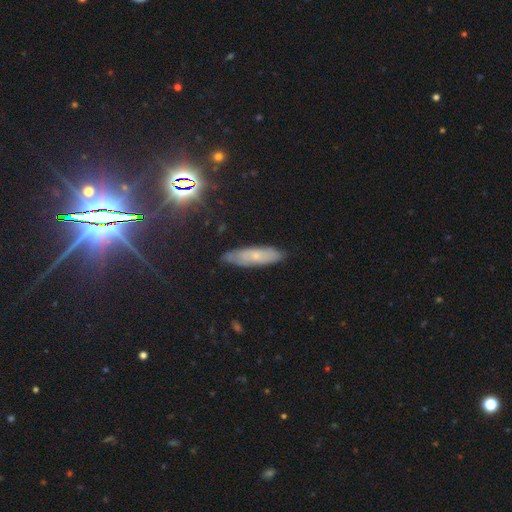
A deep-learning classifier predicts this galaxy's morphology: Smooth or featured? Predicted: smooth (p=0.48). Merging? Predicted: none (p=0.79).